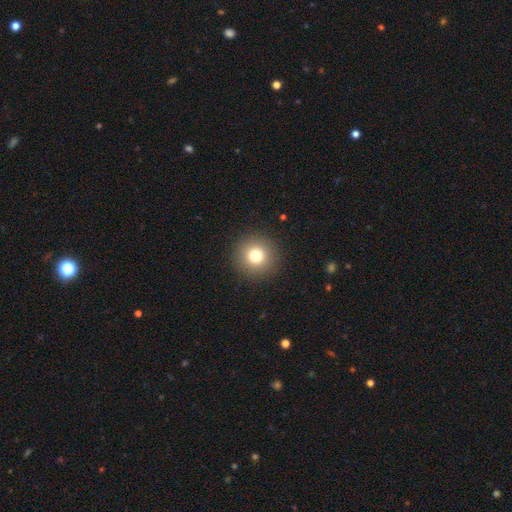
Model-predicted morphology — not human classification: This is likely a smooth galaxy (77%). How rounded: clearly round (95%). Merging: clearly none (92%).